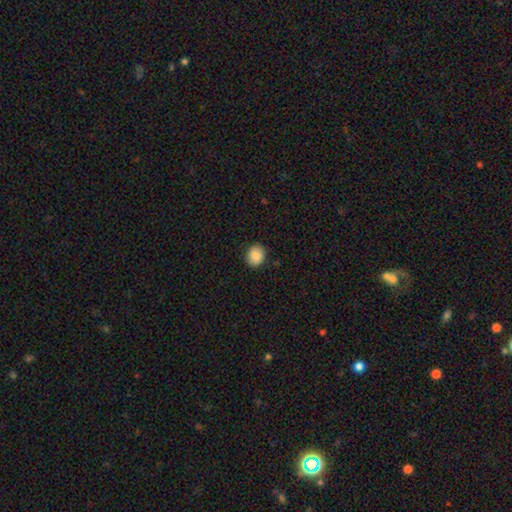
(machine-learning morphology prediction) This is clearly a smooth galaxy (88%). How rounded: likely round (70%). Merging: clearly none (90%).